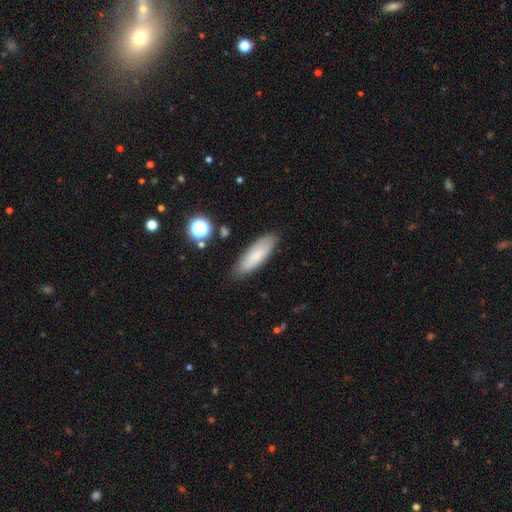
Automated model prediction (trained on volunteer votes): smooth_or_featured: smooth (p=0.78) [alt: featured or disk p=0.14]
how_rounded: in between (p=0.53) [alt: cigar-shaped p=0.45]
merging: none (p=0.83) [alt: minor disturbance p=0.12]